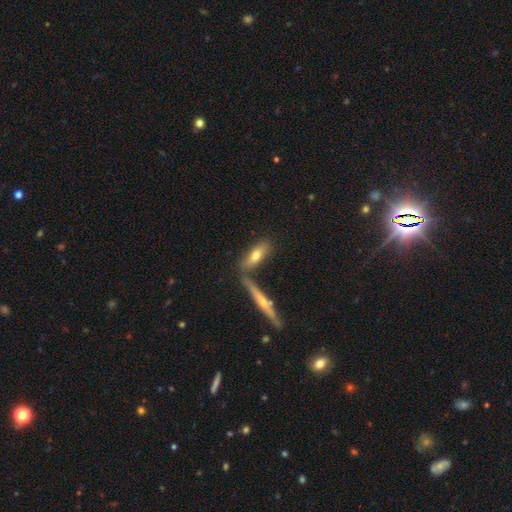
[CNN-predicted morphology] type=smooth (63%); roundness=in between (57%); merging=none (64%).